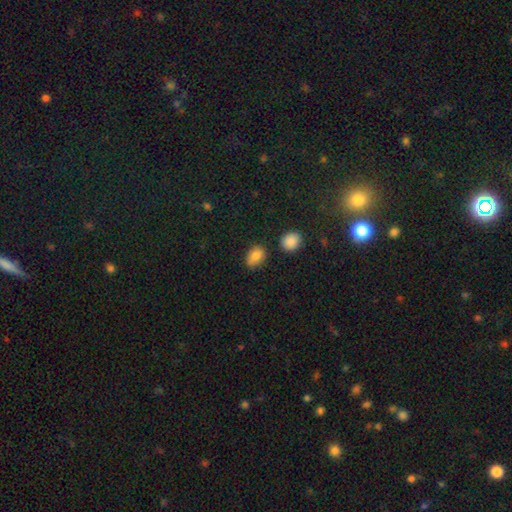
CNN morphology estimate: type=smooth (84%); roundness=in between (78%); merging=none (69%).